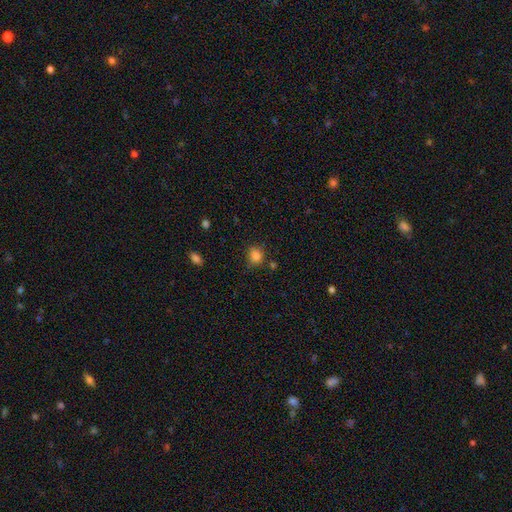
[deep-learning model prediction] smooth 83%, star or artifact 12%, featured or disk 5%. Down the decision tree: how rounded — round (75%); merging — none (75%).